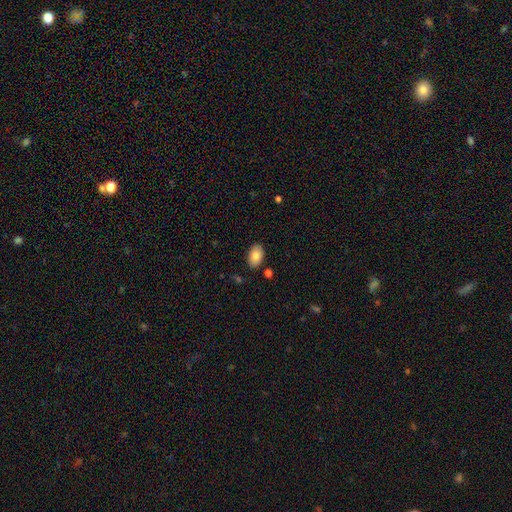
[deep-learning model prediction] A smooth galaxy with no disk features (86%) that is in between round and cigar-shaped (91%).

Vote fractions:
- Smooth or featured? smooth: 86% / star or artifact: 7% / featured or disk: 7%
- How rounded? in between: 91% / round: 8% / cigar-shaped: 1%
- Merging? none: 86% / minor disturbance: 10% / merger: 2% / major disturbance: 2%